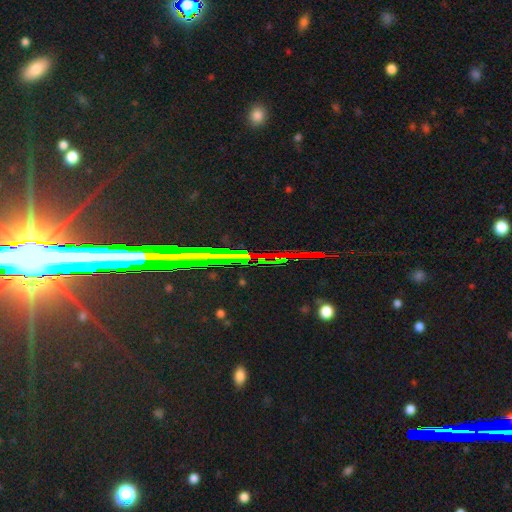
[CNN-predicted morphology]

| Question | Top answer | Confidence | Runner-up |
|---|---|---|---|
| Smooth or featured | star or artifact | 75% | featured or disk (14%) |